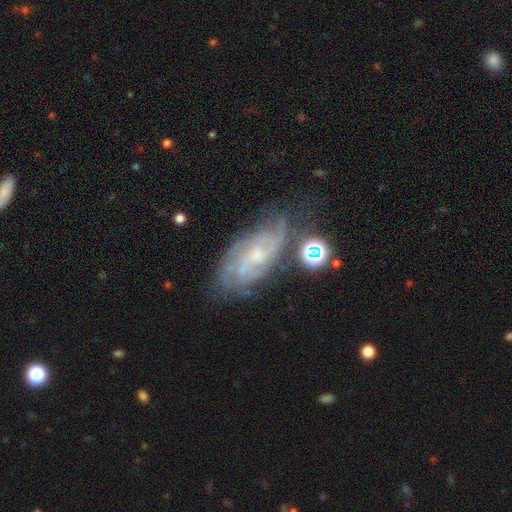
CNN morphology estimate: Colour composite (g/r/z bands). It shows a featured or disk galaxy (78%) with no bar (57%), tight (53%) spiral arms (92%) and a small central bulge (59%). Merging: none (60%).